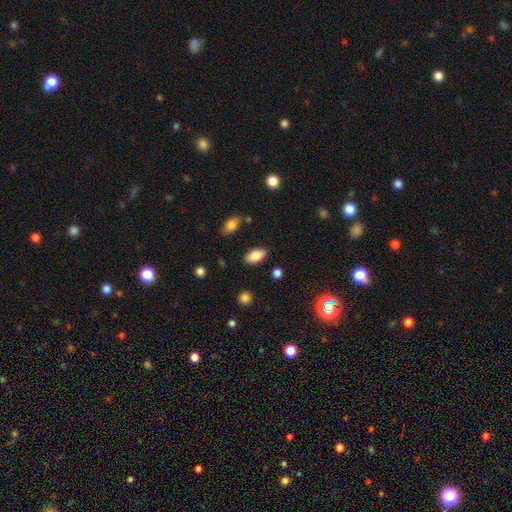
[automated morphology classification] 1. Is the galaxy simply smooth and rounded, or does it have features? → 85% smooth, 8% star or artifact, 7% featured or disk.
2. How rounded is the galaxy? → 92% in between, 4% round, 3% cigar-shaped.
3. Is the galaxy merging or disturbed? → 85% none, 10% minor disturbance, 3% major disturbance, 2% merger.